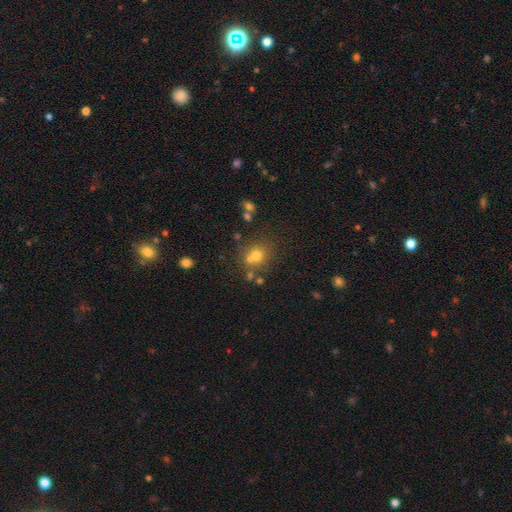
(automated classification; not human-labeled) A smooth galaxy with no disk features (63%) that is round (83%). Merging: none (57%).